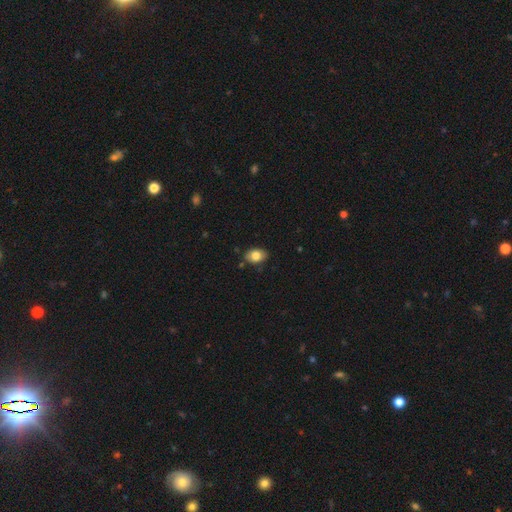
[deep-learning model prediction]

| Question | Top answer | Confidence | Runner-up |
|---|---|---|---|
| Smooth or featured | smooth | 80% | featured or disk (12%) |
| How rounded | in between | 81% | round (18%) |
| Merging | none | 81% | minor disturbance (14%) |